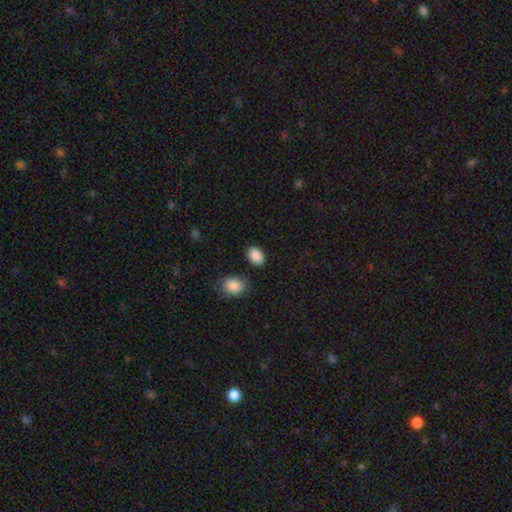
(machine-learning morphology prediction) The model was most divided on "how rounded": in between: 83%, round: 16%, cigar-shaped: 1%. More confident: smooth or featured — smooth (89%); merging — none (82%).